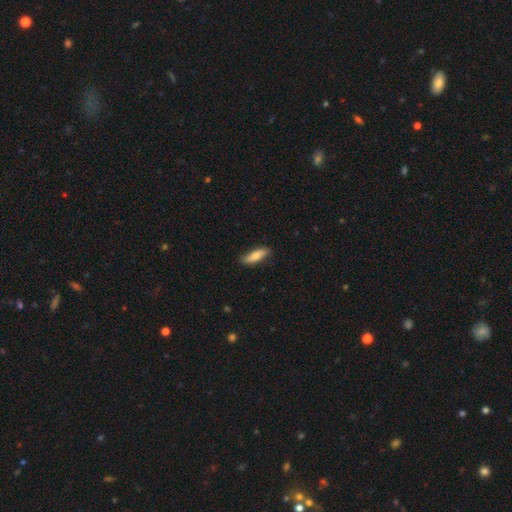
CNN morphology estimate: Overall: smooth (73%). How rounded: cigar-shaped (50%; in between 48%). Merging: none (83%).